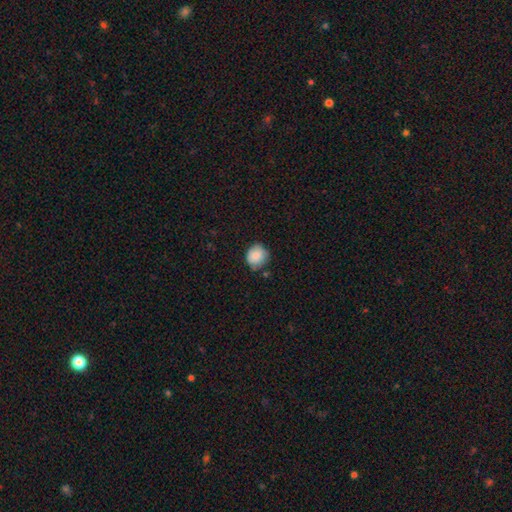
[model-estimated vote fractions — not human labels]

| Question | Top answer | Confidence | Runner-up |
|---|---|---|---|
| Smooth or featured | smooth | 85% | star or artifact (8%) |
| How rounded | round | 82% | in between (17%) |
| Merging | none | 70% | minor disturbance (23%) |